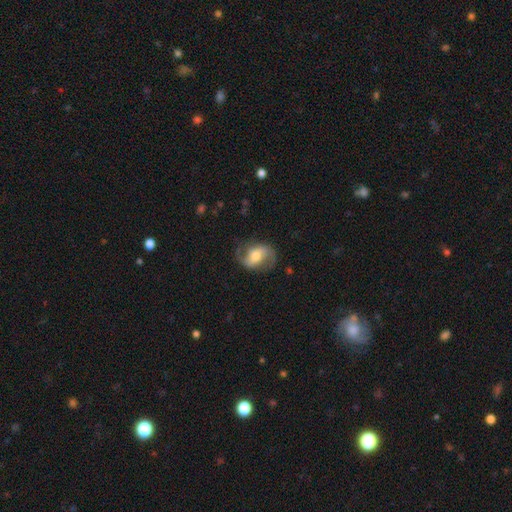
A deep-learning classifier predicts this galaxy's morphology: Smooth or featured? Predicted: featured or disk (p=0.73). Edge-on disk? Predicted: no (p=0.97). Bar? Predicted: weak (p=0.41). Spiral arms? Predicted: yes (p=0.90). Spiral winding? Predicted: loose (p=0.44). Spiral arm count? Predicted: 2 (p=0.89). Bulge size? Predicted: moderate (p=0.65). Merging? Predicted: none (p=0.71).